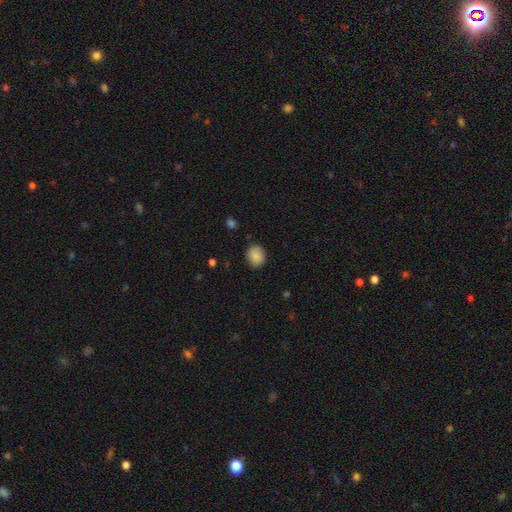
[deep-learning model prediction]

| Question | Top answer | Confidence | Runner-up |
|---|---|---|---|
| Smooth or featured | smooth | 87% | star or artifact (8%) |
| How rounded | round | 63% | in between (36%) |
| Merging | none | 84% | minor disturbance (12%) |